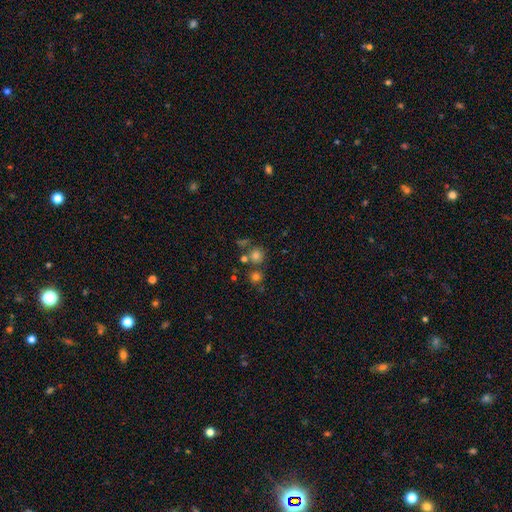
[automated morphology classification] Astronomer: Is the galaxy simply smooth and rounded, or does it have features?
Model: smooth — 72%.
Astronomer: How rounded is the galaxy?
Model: round — 88%.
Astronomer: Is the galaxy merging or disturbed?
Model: none — 65%.